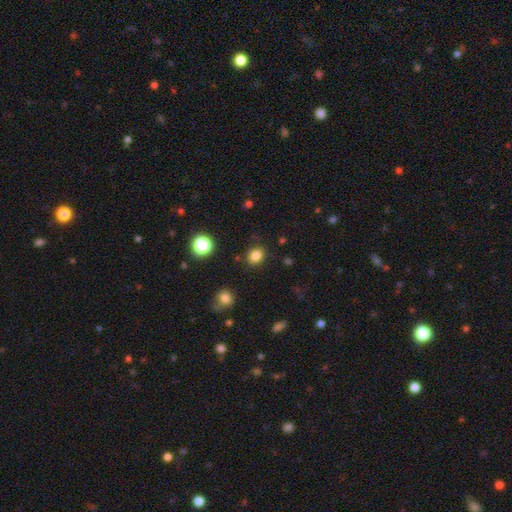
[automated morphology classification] Smooth or featured?
  - smooth: 83% *
  - star or artifact: 12%
  - featured or disk: 5%
How rounded?
  - round: 57% *
  - in between: 42%
  - cigar-shaped: 1%
Merging?
  - none: 85% *
  - minor disturbance: 9%
  - major disturbance: 3%
  - merger: 3%